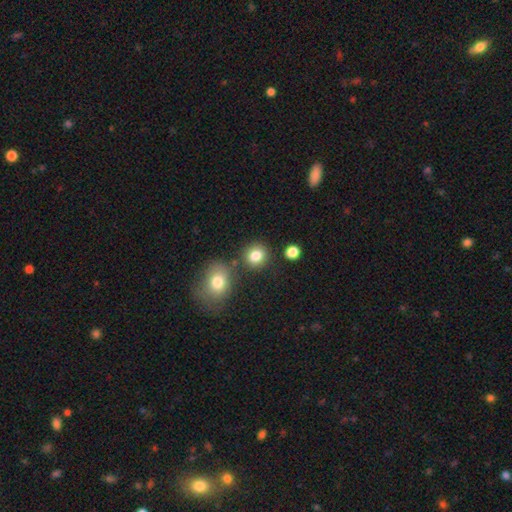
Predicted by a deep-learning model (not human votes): This appears to be a smooth galaxy with no disk features (82%) that is round (84%). Merging: none (79%).